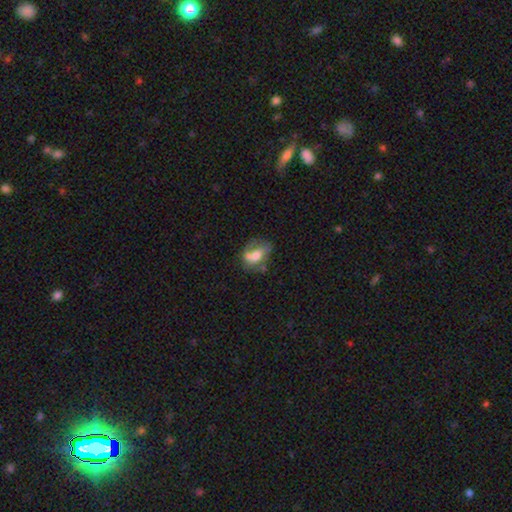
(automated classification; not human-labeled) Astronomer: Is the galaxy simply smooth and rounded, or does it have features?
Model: smooth — 51% (runner-up: featured or disk, 40%).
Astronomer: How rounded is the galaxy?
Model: in between — 76%.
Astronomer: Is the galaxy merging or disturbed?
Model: none — 35% (runner-up: merger, 25%).